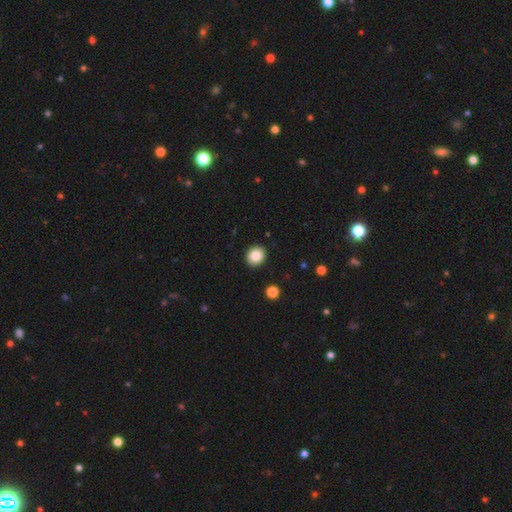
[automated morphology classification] smooth 86%, star or artifact 9%, featured or disk 5%. Down the decision tree: how rounded — round (76%); merging — none (92%).